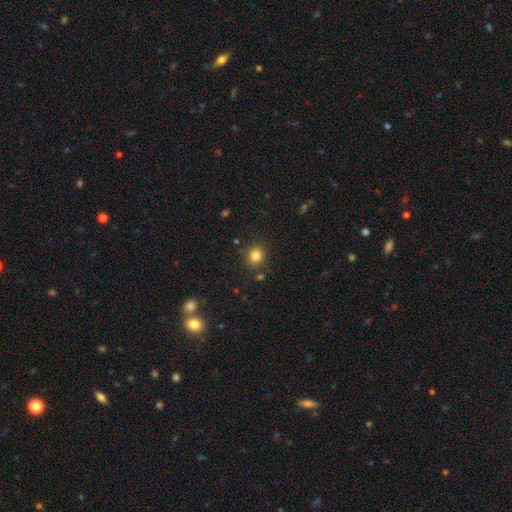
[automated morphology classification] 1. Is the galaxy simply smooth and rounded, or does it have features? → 83% smooth, 12% star or artifact, 5% featured or disk.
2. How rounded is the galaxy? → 85% round, 14% in between, 1% cigar-shaped.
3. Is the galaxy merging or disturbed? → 85% none, 8% minor disturbance, 4% merger, 3% major disturbance.